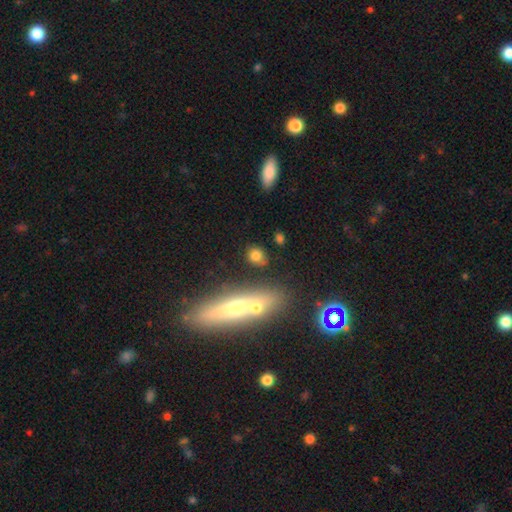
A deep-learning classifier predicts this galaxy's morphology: A smooth galaxy with no disk features (75%) that is round (55%).

Vote fractions:
- Smooth or featured? smooth: 75% / featured or disk: 13% / star or artifact: 13%
- How rounded? round: 55% / in between: 39% / cigar-shaped: 6%
- Merging? none: 71% / minor disturbance: 13% / merger: 11% / major disturbance: 5%